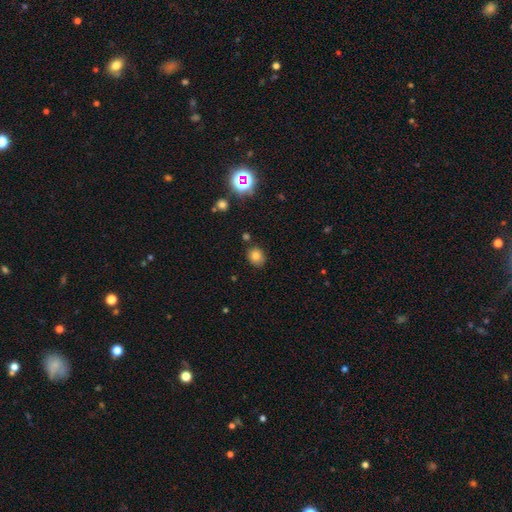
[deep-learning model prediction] smooth 79%, star or artifact 13%, featured or disk 8%. Down the decision tree: how rounded — round (66%); merging — none (82%).